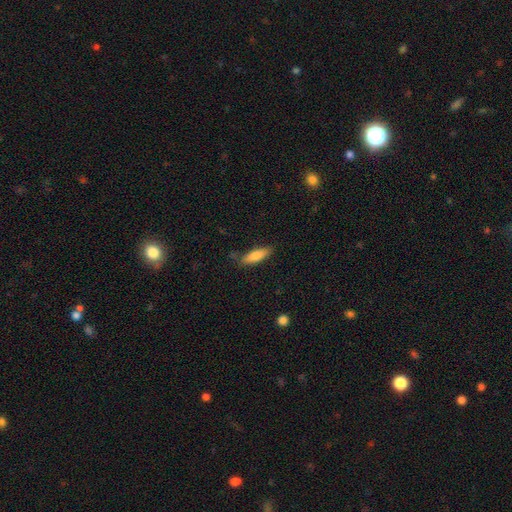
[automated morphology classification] smooth-or-featured: smooth: 79% | featured or disk: 15% | star or artifact: 6%
  how-rounded: cigar-shaped: 56% | in between: 42% | round: 2%
  merging: none: 78% | minor disturbance: 16% | major disturbance: 3% | merger: 3%